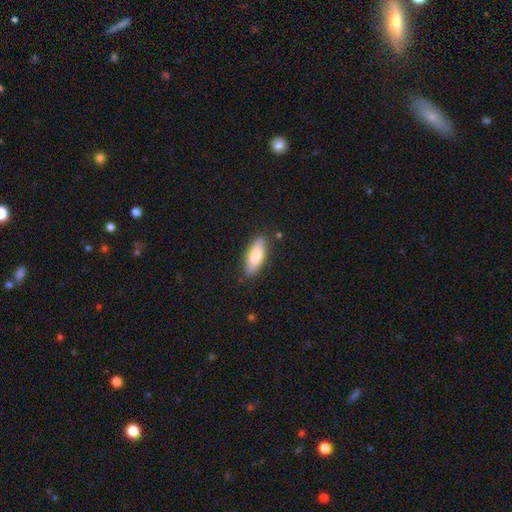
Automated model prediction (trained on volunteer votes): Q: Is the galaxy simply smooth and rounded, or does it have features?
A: smooth — 78%.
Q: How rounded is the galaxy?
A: in between — 72%.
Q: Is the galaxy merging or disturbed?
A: none — 82%.